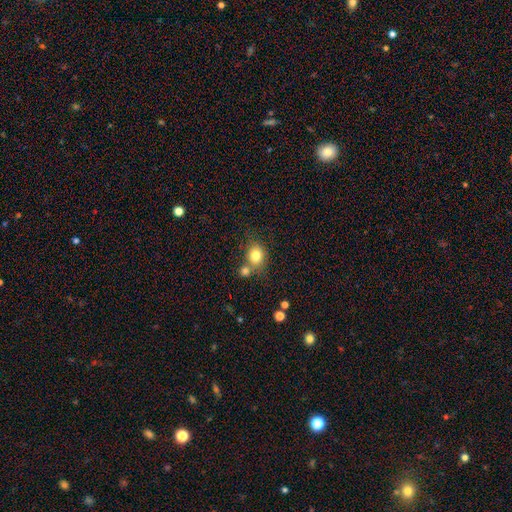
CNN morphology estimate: A smooth galaxy with no disk features (80%) that is round (62%).

Vote fractions:
- Smooth or featured? smooth: 80% / star or artifact: 10% / featured or disk: 9%
- How rounded? round: 62% / in between: 37% / cigar-shaped: 1%
- Merging? none: 57% / merger: 27% / minor disturbance: 12% / major disturbance: 4%